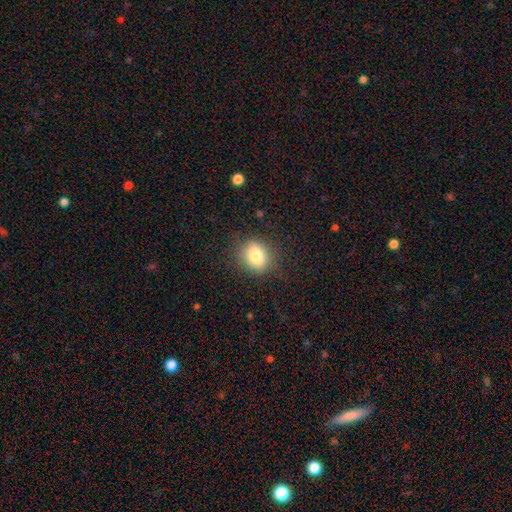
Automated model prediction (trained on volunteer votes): Smooth or featured? smooth (80%)
How rounded? round (62%)
Merging? none (84%)